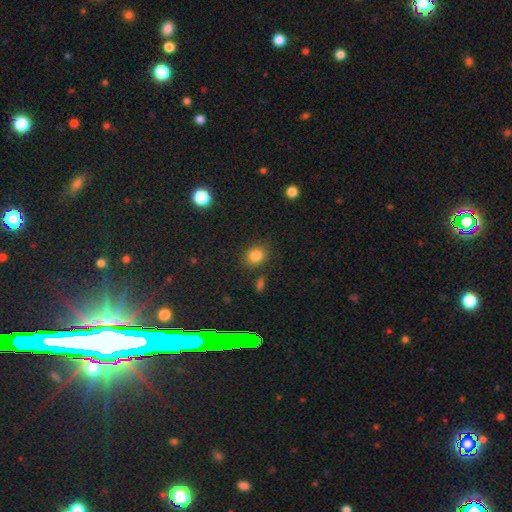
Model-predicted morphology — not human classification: A smooth galaxy with no disk features (82%) that is round (66%).

Vote fractions:
- Smooth or featured? smooth: 82% / star or artifact: 12% / featured or disk: 6%
- How rounded? round: 66% / in between: 33% / cigar-shaped: 1%
- Merging? none: 82% / minor disturbance: 11% / merger: 3% / major disturbance: 3%